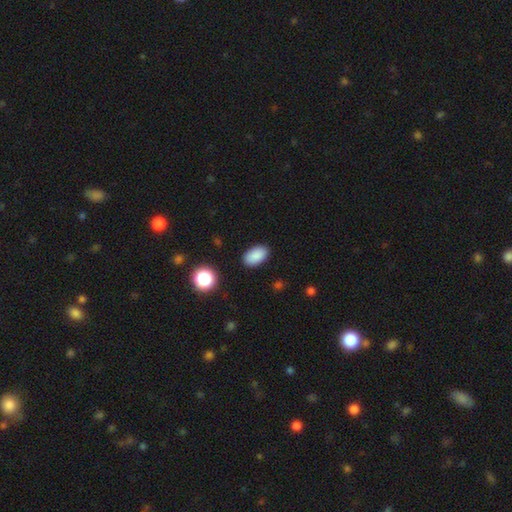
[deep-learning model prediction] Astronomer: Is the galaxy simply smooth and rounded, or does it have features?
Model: smooth — 89%.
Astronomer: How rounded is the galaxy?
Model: in between — 93%.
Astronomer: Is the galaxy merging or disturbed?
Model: none — 89%.